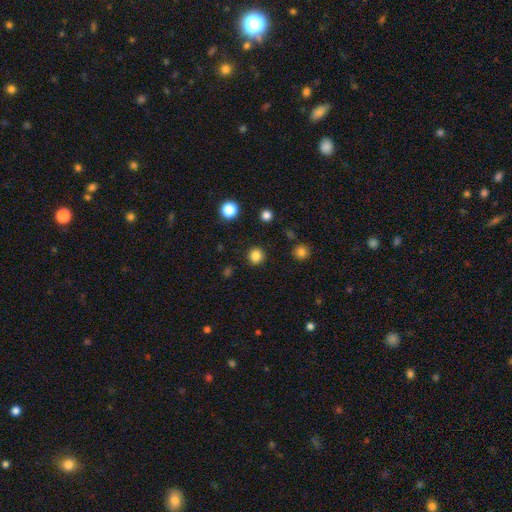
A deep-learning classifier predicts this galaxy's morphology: This is clearly a smooth galaxy (84%). How rounded: clearly round (92%). Merging: clearly none (91%).